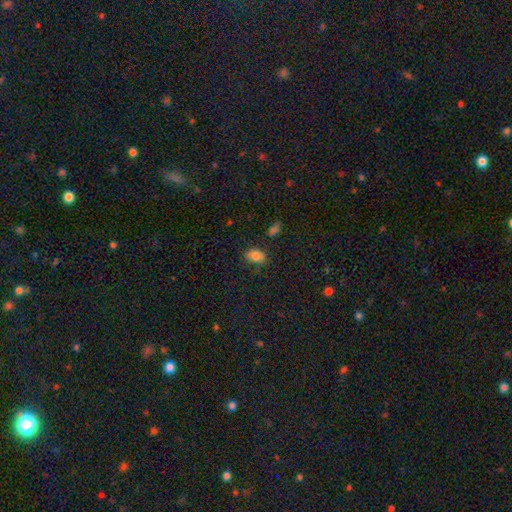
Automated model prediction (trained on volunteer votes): Q: Smooth or featured?
A: smooth (82%); runner-up: star or artifact (10%)
Q: How rounded?
A: in between (80%); runner-up: round (19%)
Q: Merging?
A: none (77%); runner-up: minor disturbance (15%)